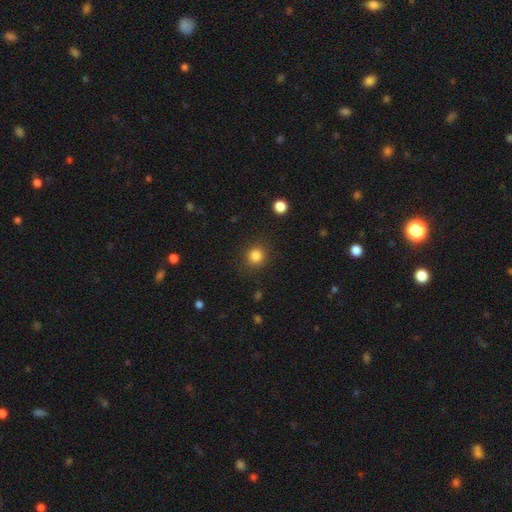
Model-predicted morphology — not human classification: Smooth or featured: smooth — 84% (star or artifact — 12%)
How rounded: round — 90% (in between — 10%)
Merging: none — 88% (minor disturbance — 7%)